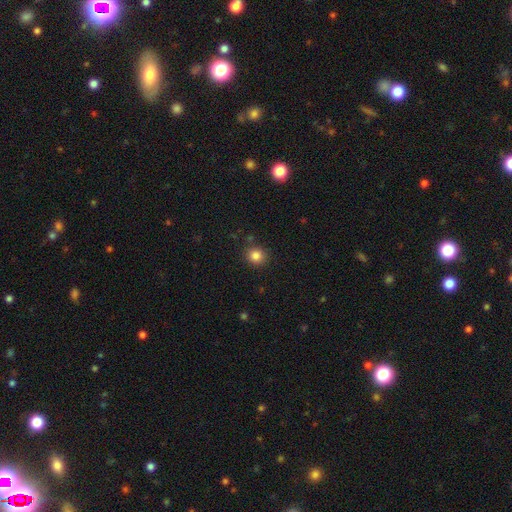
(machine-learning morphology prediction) A smooth galaxy with no disk features (84%) that is round (89%).

Vote fractions:
- Smooth or featured? smooth: 84% / star or artifact: 11% / featured or disk: 5%
- How rounded? round: 89% / in between: 10% / cigar-shaped: 1%
- Merging? none: 87% / minor disturbance: 8% / major disturbance: 2% / merger: 2%